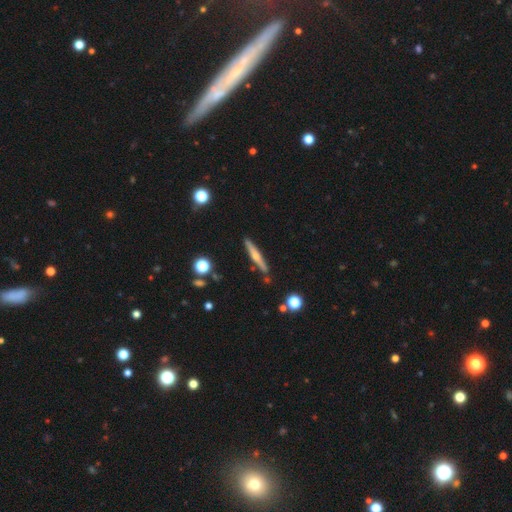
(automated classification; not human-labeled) Smooth or featured?
  - featured or disk: 58% *
  - smooth: 35%
  - star or artifact: 7%
Edge-on disk?
  - yes: 96% *
  - no: 4%
Edge-on bulge?
  - rounded: 84% *
  - none: 13%
  - boxy: 4%
Merging?
  - none: 86% *
  - minor disturbance: 9%
  - merger: 3%
  - major disturbance: 2%